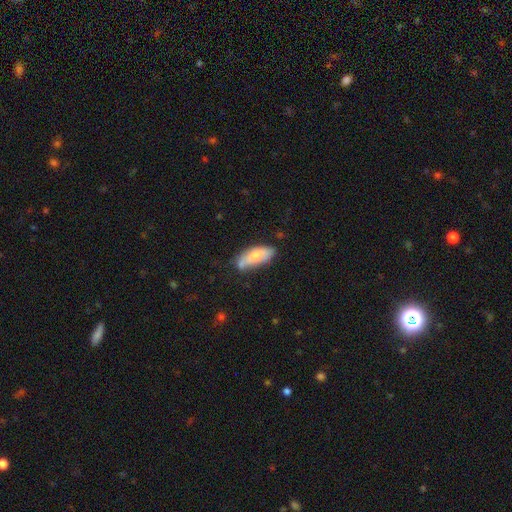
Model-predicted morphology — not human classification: This is likely a smooth galaxy (68%). How rounded: likely in between (79%). Merging: possibly none (53%).